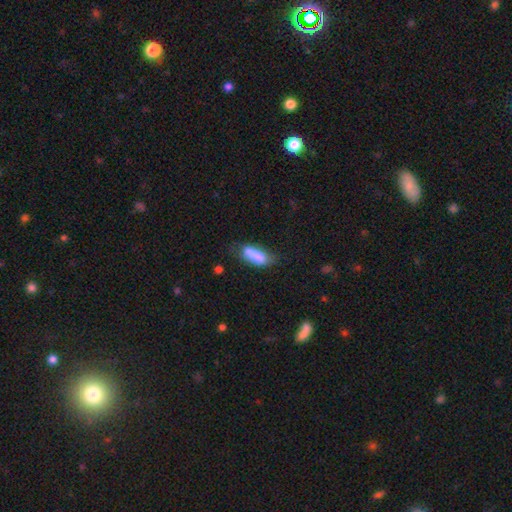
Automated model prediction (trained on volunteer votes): A smooth galaxy with no disk features (78%) that is in between round and cigar-shaped (71%). Merging: none (42%).